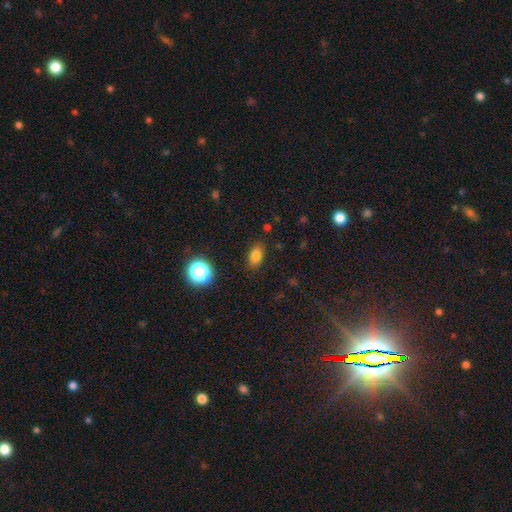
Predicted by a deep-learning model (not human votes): smooth 80%, star or artifact 14%, featured or disk 7%. Down the decision tree: how rounded — in between (82%); merging — none (85%).